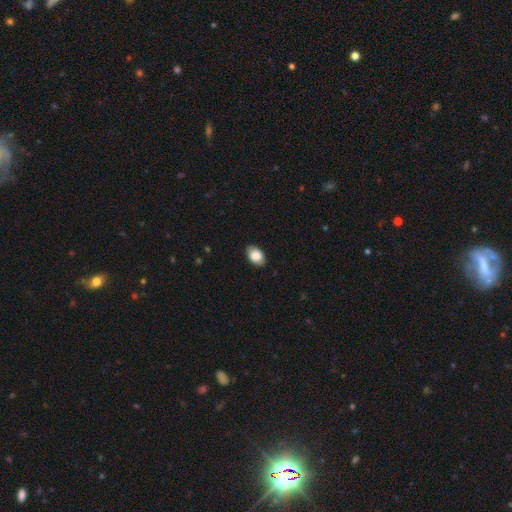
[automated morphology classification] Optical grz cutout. It shows a smooth galaxy with no disk features (83%) that is in between round and cigar-shaped (91%). Merging: none (88%).